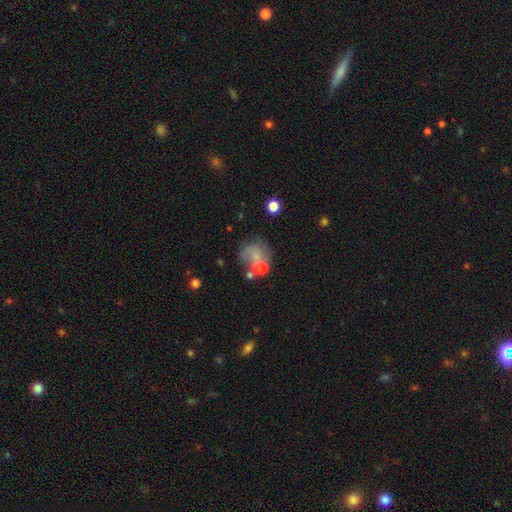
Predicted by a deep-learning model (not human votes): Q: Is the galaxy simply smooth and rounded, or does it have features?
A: smooth — 50%.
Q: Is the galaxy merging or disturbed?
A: none — 32%.